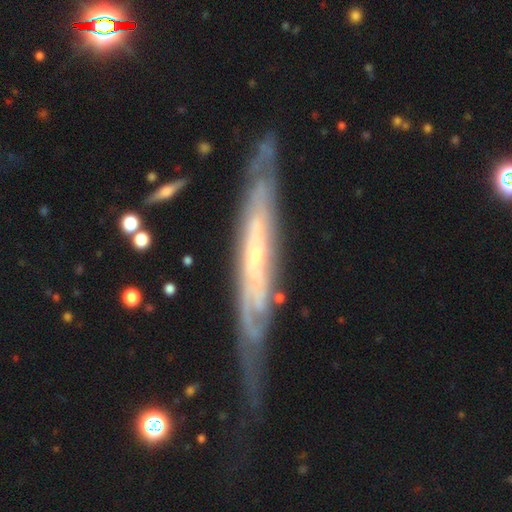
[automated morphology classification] type=featured or disk (82%); edge-on=yes (51%); merging=none (63%).